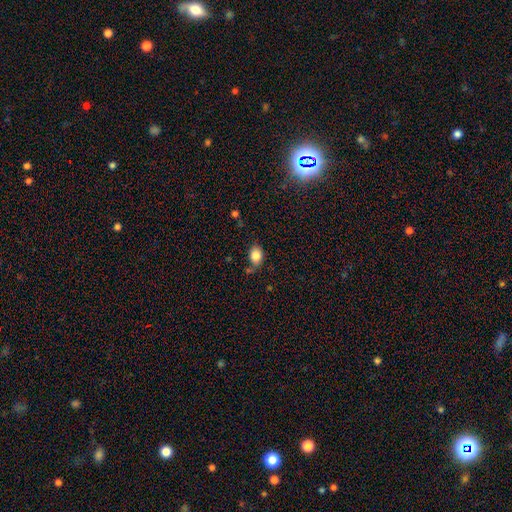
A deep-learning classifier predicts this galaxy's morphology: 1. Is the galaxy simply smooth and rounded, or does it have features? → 83% smooth, 9% star or artifact, 8% featured or disk.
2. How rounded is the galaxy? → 67% in between, 32% round, 1% cigar-shaped.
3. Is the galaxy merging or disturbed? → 61% none, 23% minor disturbance, 8% merger, 8% major disturbance.